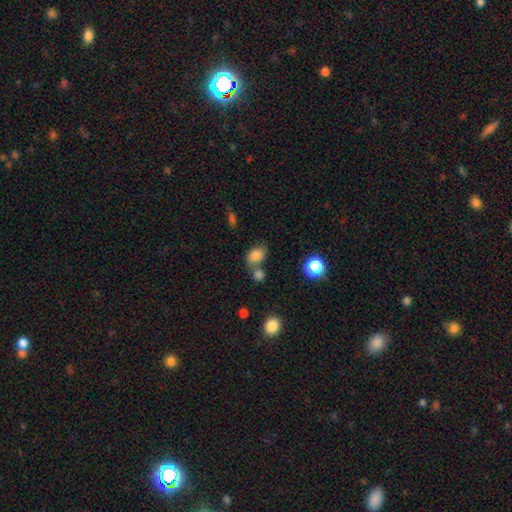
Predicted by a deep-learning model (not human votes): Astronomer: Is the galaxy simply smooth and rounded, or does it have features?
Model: smooth — 81%.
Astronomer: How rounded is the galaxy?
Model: in between — 73%.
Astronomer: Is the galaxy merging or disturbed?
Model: none — 48% (runner-up: merger, 32%).